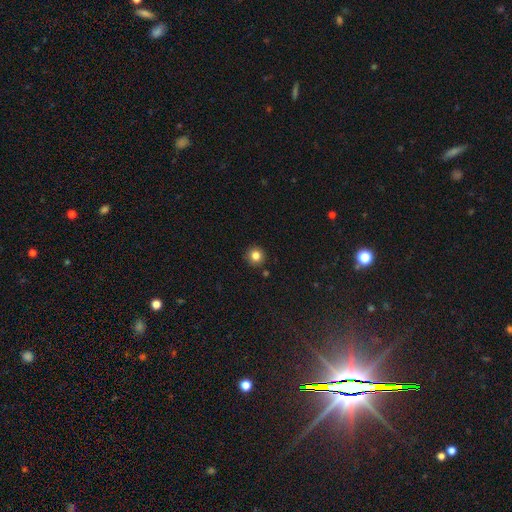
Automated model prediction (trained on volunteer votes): smooth 82%, star or artifact 12%, featured or disk 6%. Down the decision tree: how rounded — round (95%); merging — none (91%).